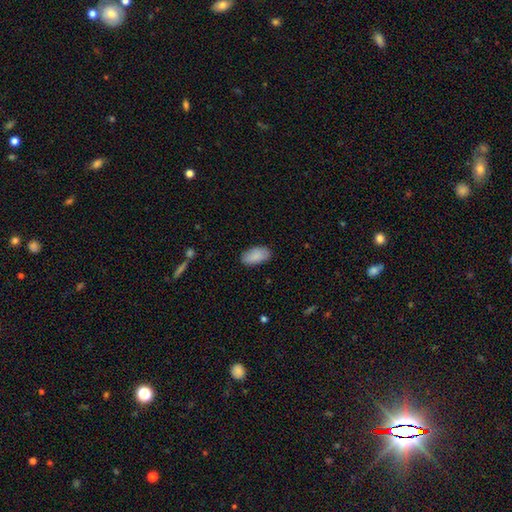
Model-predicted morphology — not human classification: The model was most divided on "merging": none: 84%, minor disturbance: 12%, major disturbance: 3%, merger: 1%. More confident: how rounded — in between (95%); smooth or featured — smooth (88%).